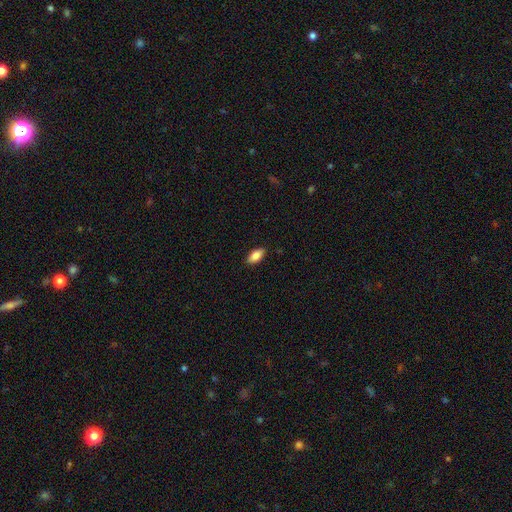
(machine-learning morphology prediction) Overall: smooth (82%). How rounded: in between (88%). Merging: none (88%).